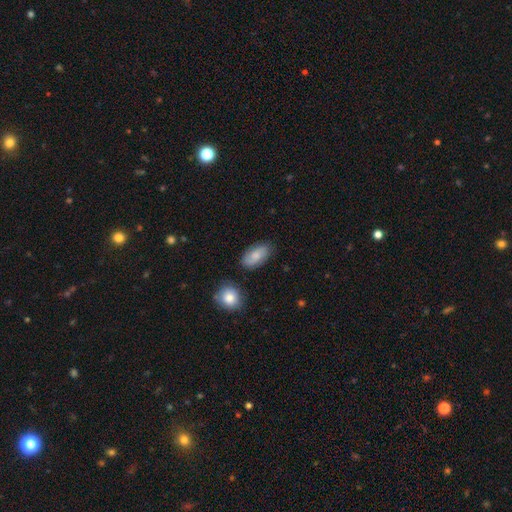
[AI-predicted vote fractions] smooth 70%, featured or disk 23%, star or artifact 7%. Down the decision tree: how rounded — in between (92%); merging — none (77%).